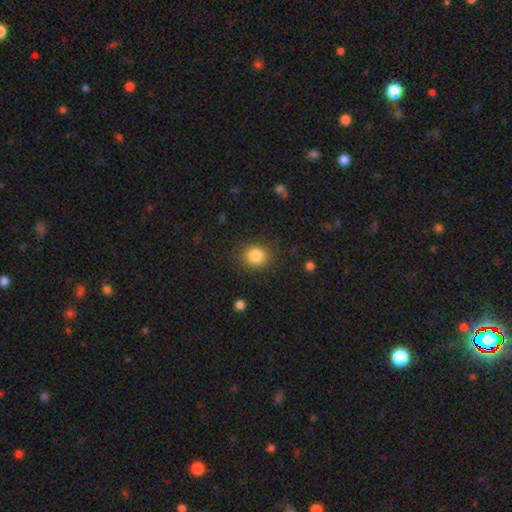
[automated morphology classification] Smooth or featured? Predicted: smooth (p=0.85). How rounded? Predicted: round (p=0.78). Merging? Predicted: none (p=0.86).